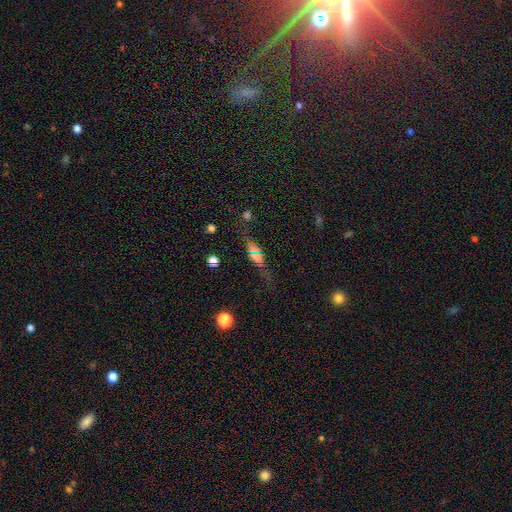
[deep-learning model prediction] Smooth or featured? Predicted: smooth (p=0.46). Merging? Predicted: none (p=0.66).